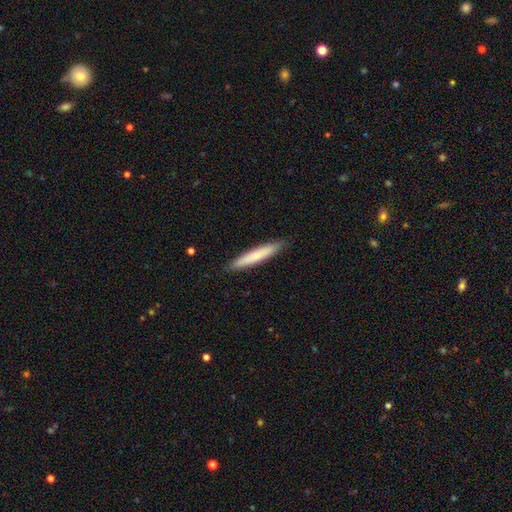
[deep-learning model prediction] Smooth or featured? Predicted: smooth (p=0.73). How rounded? Predicted: cigar-shaped (p=0.94). Merging? Predicted: none (p=0.91).